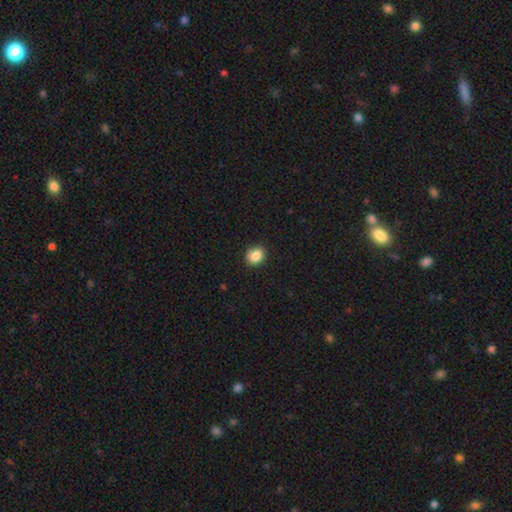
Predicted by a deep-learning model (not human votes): This appears to be a smooth galaxy with no disk features (85%) that is round (65%). Merging: none (89%).